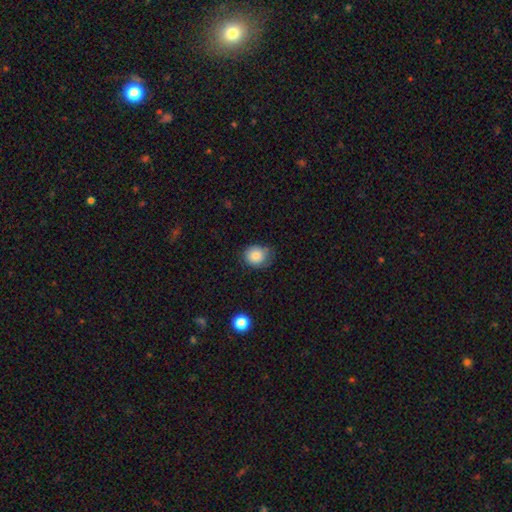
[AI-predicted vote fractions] Q: Smooth or featured?
A: smooth (85%); runner-up: star or artifact (9%)
Q: How rounded?
A: round (76%); runner-up: in between (23%)
Q: Merging?
A: none (63%); runner-up: minor disturbance (29%)